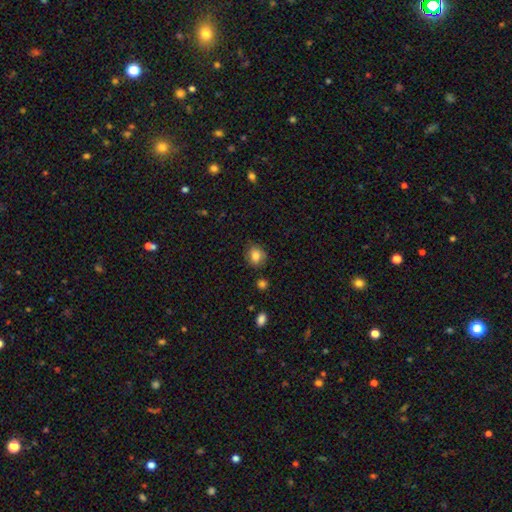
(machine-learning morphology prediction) smooth_or_featured: smooth (p=0.82) [alt: star or artifact p=0.10]
how_rounded: round (p=0.63) [alt: in between p=0.36]
merging: none (p=0.76) [alt: minor disturbance p=0.17]